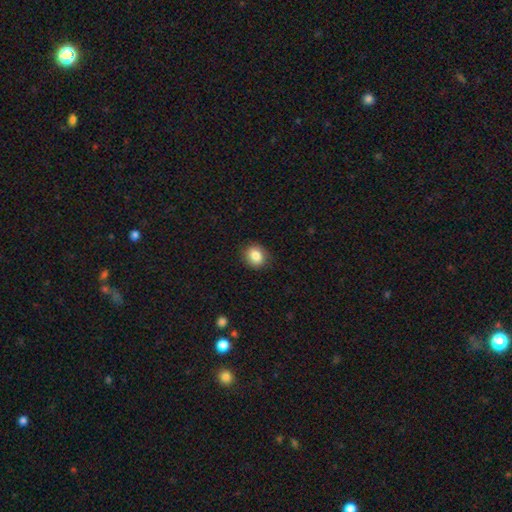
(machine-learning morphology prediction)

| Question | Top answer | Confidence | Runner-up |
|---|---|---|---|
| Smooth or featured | smooth | 84% | star or artifact (9%) |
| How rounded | round | 65% | in between (34%) |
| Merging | none | 85% | minor disturbance (11%) |